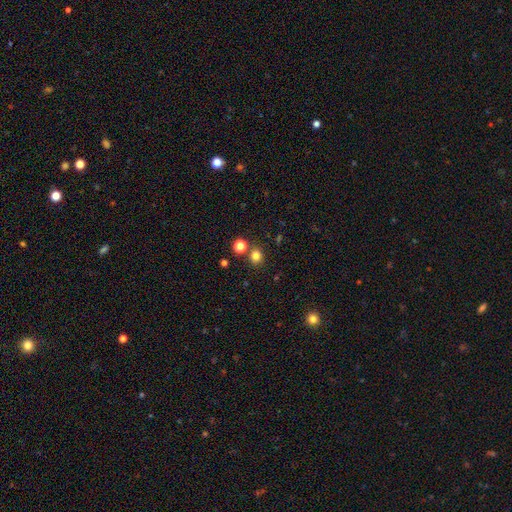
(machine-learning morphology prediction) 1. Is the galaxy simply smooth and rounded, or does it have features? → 79% smooth, 16% star or artifact, 5% featured or disk.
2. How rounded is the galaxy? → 83% round, 16% in between, 1% cigar-shaped.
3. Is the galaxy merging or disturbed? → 80% none, 10% merger, 7% minor disturbance, 3% major disturbance.